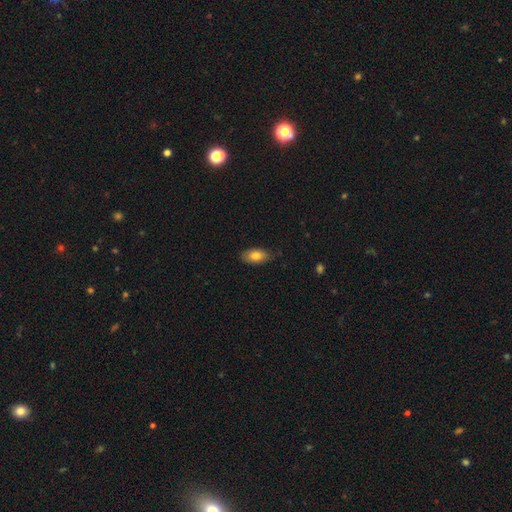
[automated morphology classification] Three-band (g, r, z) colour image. It shows a smooth galaxy with no disk features (80%) that is in between round and cigar-shaped (91%). Merging: none (80%).